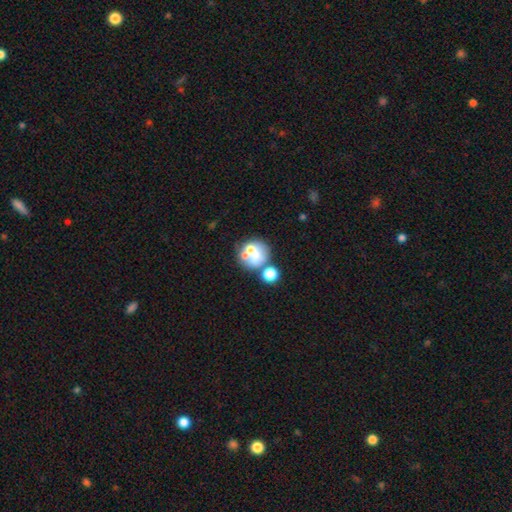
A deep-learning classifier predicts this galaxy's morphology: Q: Smooth or featured?
A: smooth (52%); runner-up: featured or disk (34%)
Q: How rounded?
A: round (80%); runner-up: in between (19%)
Q: Merging?
A: merger (40%); runner-up: none (39%)